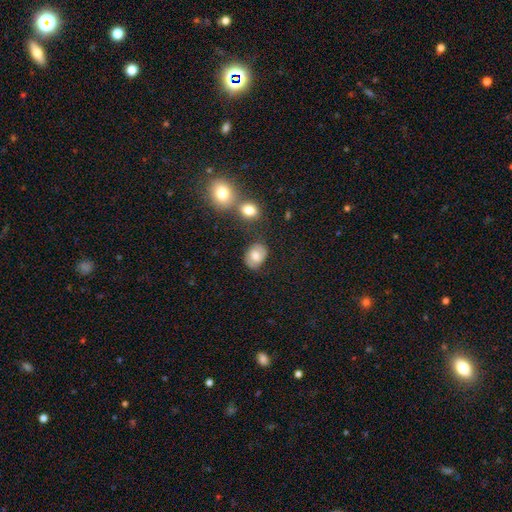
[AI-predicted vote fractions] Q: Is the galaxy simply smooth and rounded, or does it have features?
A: smooth — 63%.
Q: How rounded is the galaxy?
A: in between — 58%.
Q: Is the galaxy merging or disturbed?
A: none — 72%.